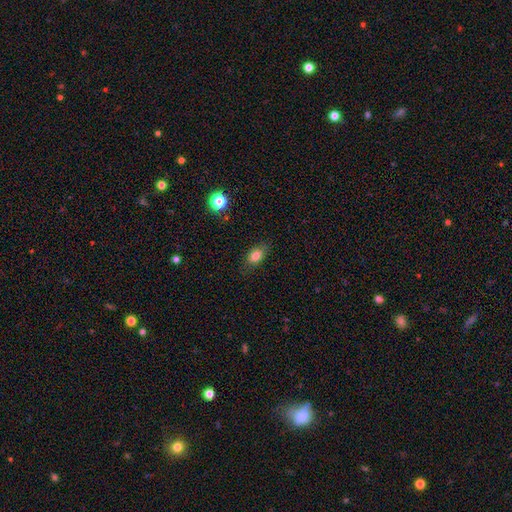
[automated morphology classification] Q: Smooth or featured?
A: smooth (82%); runner-up: star or artifact (11%)
Q: How rounded?
A: in between (82%); runner-up: round (16%)
Q: Merging?
A: none (81%); runner-up: minor disturbance (14%)